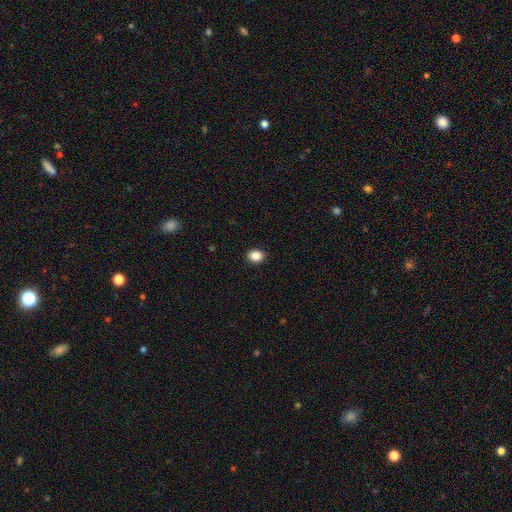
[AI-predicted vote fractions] Morphology: type=smooth (87%); roundness=in between (52%); merging=none (91%).